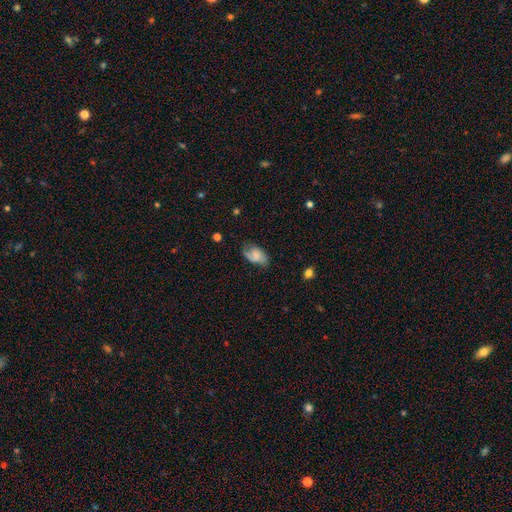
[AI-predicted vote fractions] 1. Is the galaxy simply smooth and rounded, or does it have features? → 54% smooth, 38% featured or disk, 8% star or artifact.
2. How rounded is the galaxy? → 89% in between, 9% round, 2% cigar-shaped.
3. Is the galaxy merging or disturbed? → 54% none, 31% minor disturbance, 13% major disturbance, 2% merger.